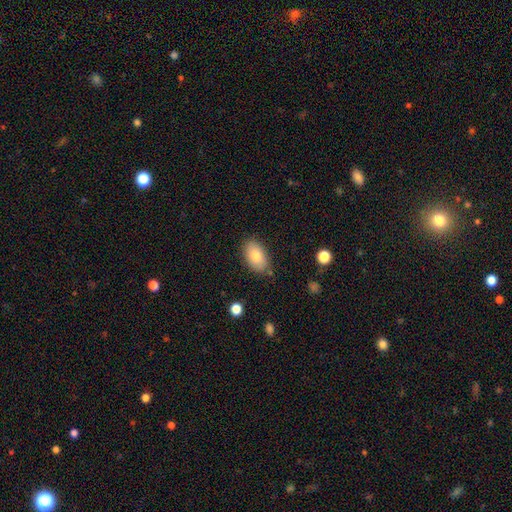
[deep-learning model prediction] This is likely a smooth galaxy (80%). How rounded: clearly in between (91%). Merging: clearly none (82%).